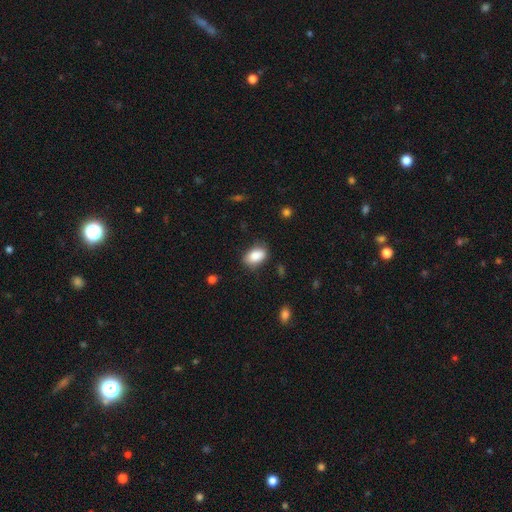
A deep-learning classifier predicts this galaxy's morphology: A smooth galaxy with no disk features (87%) that is in between round and cigar-shaped (90%).

Vote fractions:
- Smooth or featured? smooth: 87% / star or artifact: 7% / featured or disk: 6%
- How rounded? in between: 90% / round: 9% / cigar-shaped: 2%
- Merging? none: 79% / minor disturbance: 16% / major disturbance: 4% / merger: 1%